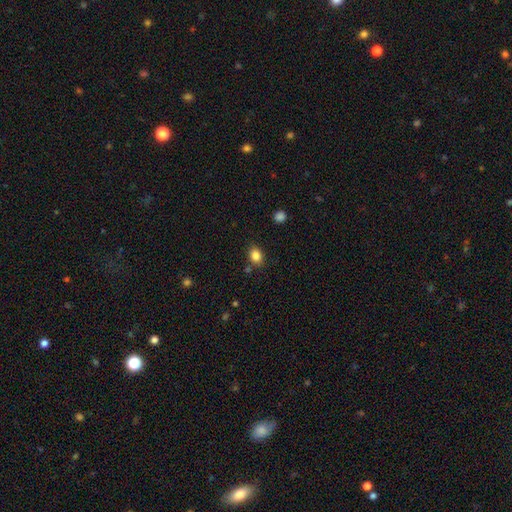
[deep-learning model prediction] smooth_or_featured: smooth (p=0.84) [alt: star or artifact p=0.10]
how_rounded: in between (p=0.59) [alt: round p=0.40]
merging: none (p=0.80) [alt: minor disturbance p=0.12]